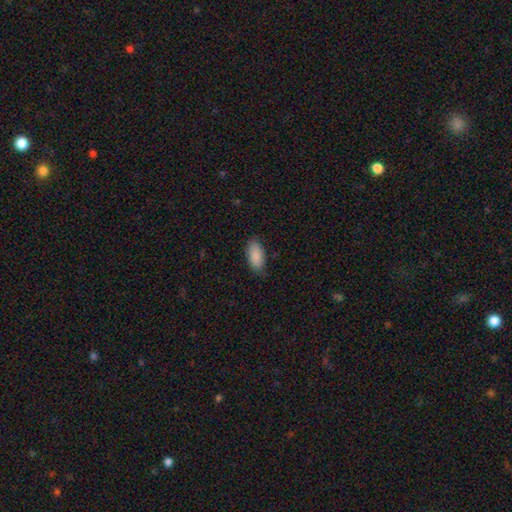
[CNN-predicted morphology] Overall: smooth (89%). How rounded: in between (91%). Merging: none (82%).